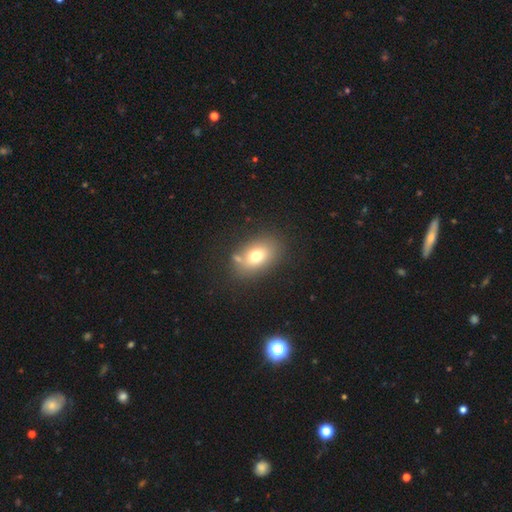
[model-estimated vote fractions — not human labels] Smooth or featured? smooth (72%)
How rounded? in between (77%)
Merging? none (70%)